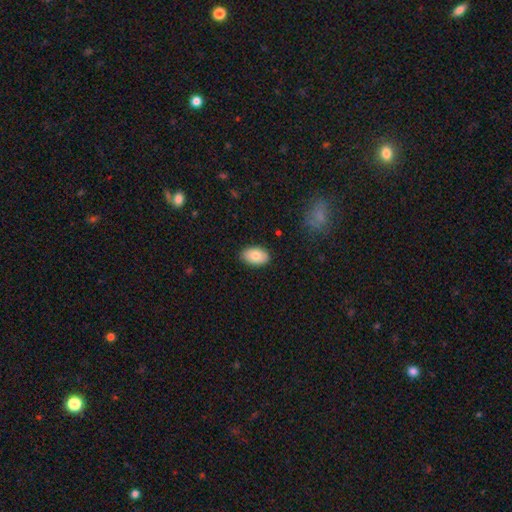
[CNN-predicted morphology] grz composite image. It shows a smooth galaxy with no disk features (80%) that is in between round and cigar-shaped (91%). Merging: none (86%).